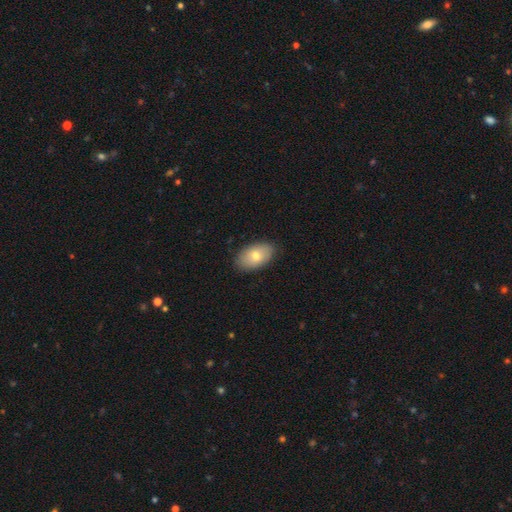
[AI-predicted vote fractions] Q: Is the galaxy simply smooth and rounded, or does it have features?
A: smooth — 74%.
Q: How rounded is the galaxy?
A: in between — 93%.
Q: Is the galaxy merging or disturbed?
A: none — 87%.